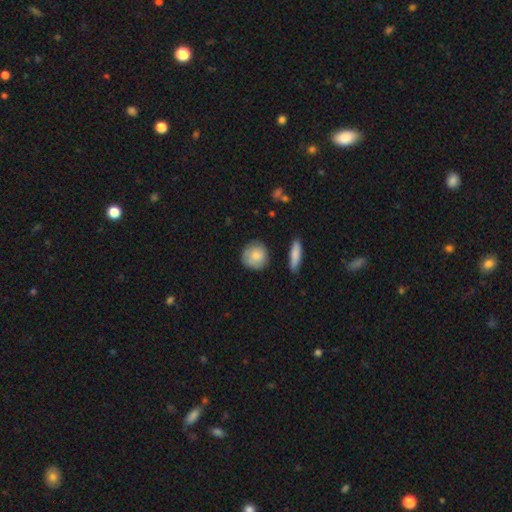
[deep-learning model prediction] Q: Smooth or featured?
A: smooth (80%); runner-up: featured or disk (14%)
Q: How rounded?
A: round (87%); runner-up: in between (11%)
Q: Merging?
A: none (77%); runner-up: minor disturbance (17%)